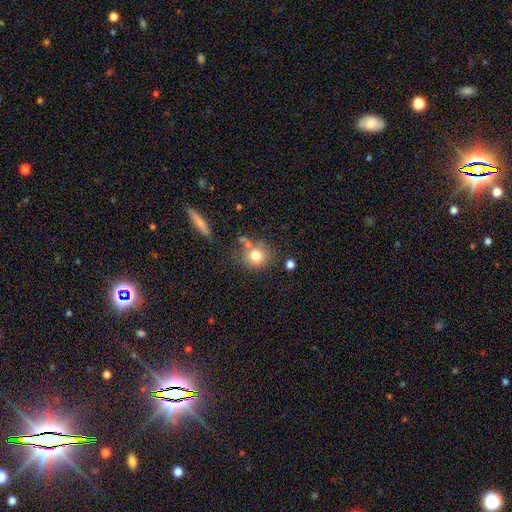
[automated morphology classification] Smooth or featured?
  - smooth: 78% *
  - featured or disk: 11%
  - star or artifact: 11%
How rounded?
  - round: 82% *
  - in between: 16%
  - cigar-shaped: 1%
Merging?
  - none: 67% *
  - merger: 14%
  - minor disturbance: 14%
  - major disturbance: 5%